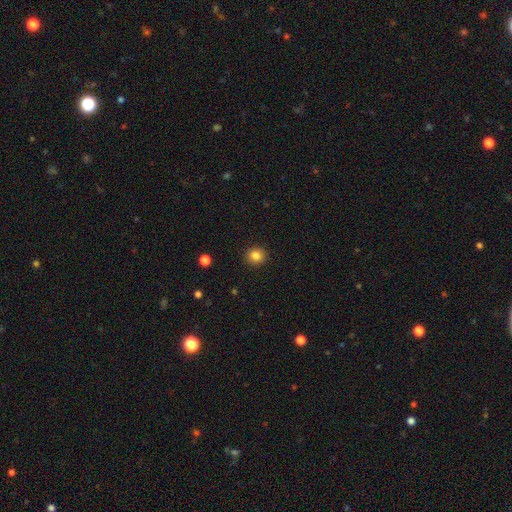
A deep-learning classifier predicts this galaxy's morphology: Smooth or featured?
  - smooth: 84% *
  - star or artifact: 11%
  - featured or disk: 5%
How rounded?
  - round: 90% *
  - in between: 9%
  - cigar-shaped: 1%
Merging?
  - none: 92% *
  - minor disturbance: 5%
  - major disturbance: 2%
  - merger: 1%